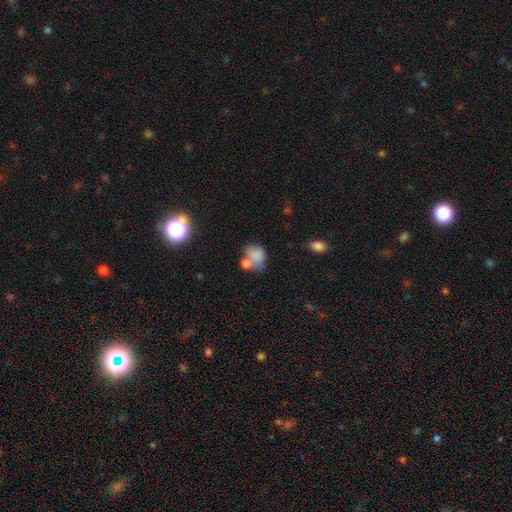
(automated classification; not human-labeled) smooth_or_featured: smooth (p=0.73) [alt: featured or disk p=0.15]
how_rounded: round (p=0.51) [alt: in between p=0.48]
merging: merger (p=0.38) [alt: none p=0.33]